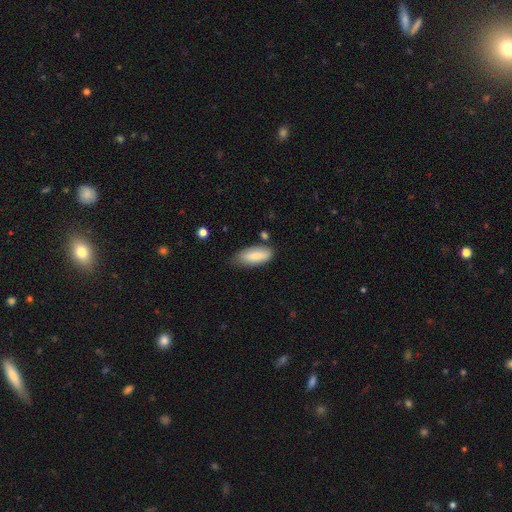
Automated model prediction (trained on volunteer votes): This appears to be a smooth galaxy with no disk features (85%) that is in between round and cigar-shaped (81%). Merging: none (67%).